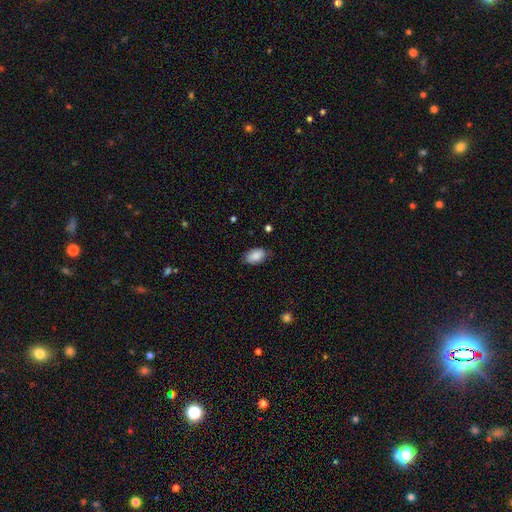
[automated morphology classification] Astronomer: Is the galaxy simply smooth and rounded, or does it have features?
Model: smooth — 85%.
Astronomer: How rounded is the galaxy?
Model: in between — 92%.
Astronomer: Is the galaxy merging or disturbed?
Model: none — 76%.